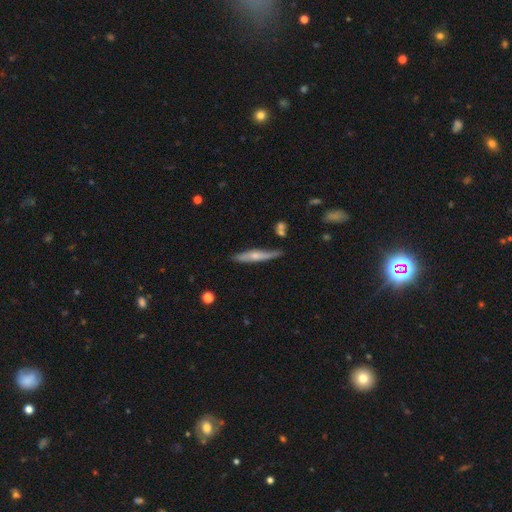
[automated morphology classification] A featured or disk galaxy (52%) viewed edge-on (91%).

Vote fractions:
- Smooth or featured? featured or disk: 52% / smooth: 42% / star or artifact: 6%
- Edge-on disk? yes: 91% / no: 9%
- Merging? none: 78% / minor disturbance: 15% / merger: 4% / major disturbance: 3%